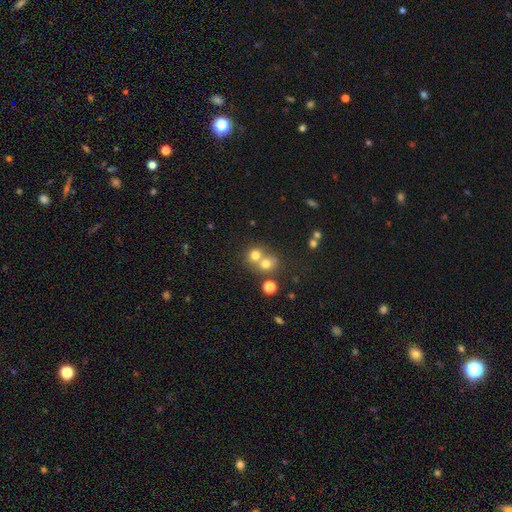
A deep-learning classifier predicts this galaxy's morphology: Smooth or featured? smooth (70%)
How rounded? round (78%)
Merging? merger (55%)